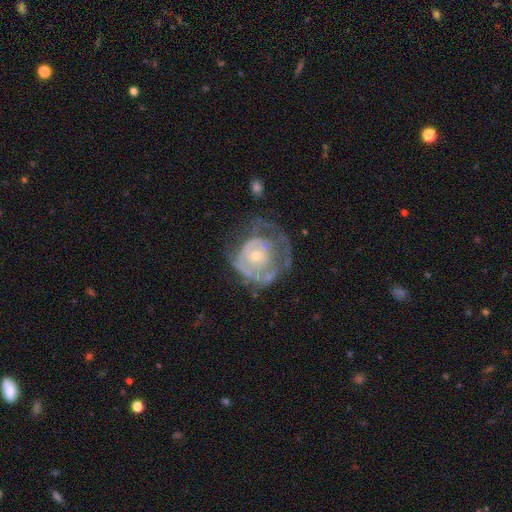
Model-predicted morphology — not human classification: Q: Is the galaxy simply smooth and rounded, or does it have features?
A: featured or disk — 71%.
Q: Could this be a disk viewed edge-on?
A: no — 97%.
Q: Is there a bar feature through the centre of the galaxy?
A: no — 83%.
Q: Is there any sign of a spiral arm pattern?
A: yes — 53%.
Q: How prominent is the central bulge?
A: small — 66%.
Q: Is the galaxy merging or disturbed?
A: none — 38%.